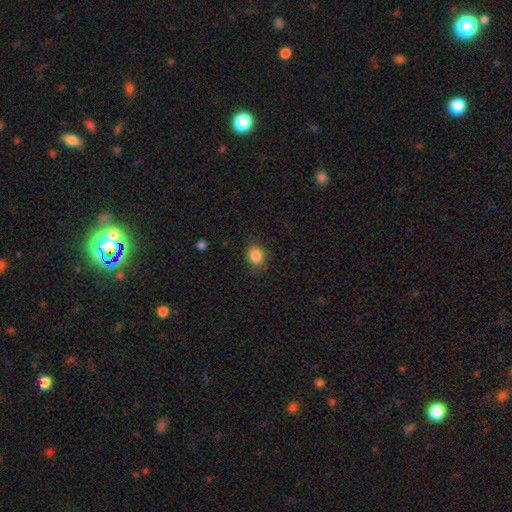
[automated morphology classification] Smooth or featured? Predicted: smooth (p=0.85). How rounded? Predicted: round (p=0.65). Merging? Predicted: none (p=0.82).